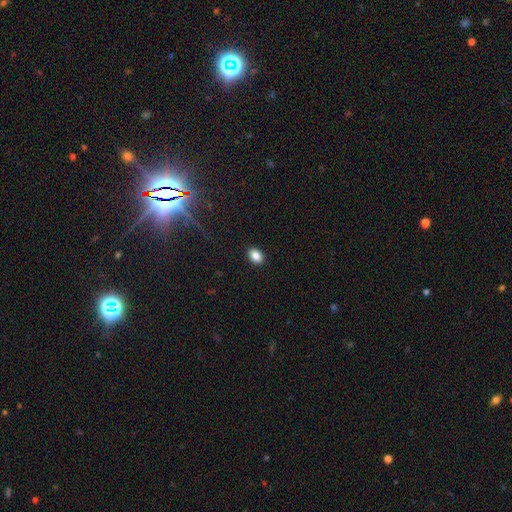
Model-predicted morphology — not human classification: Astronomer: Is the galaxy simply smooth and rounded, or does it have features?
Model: smooth — 86%.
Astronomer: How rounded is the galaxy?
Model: in between — 77%.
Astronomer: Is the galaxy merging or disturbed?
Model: none — 90%.